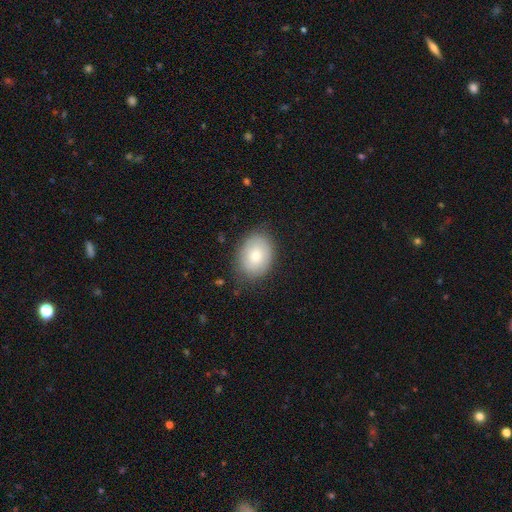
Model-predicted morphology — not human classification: This appears to be a smooth galaxy with no disk features (74%) that is in between round and cigar-shaped (69%). Merging: none (79%).